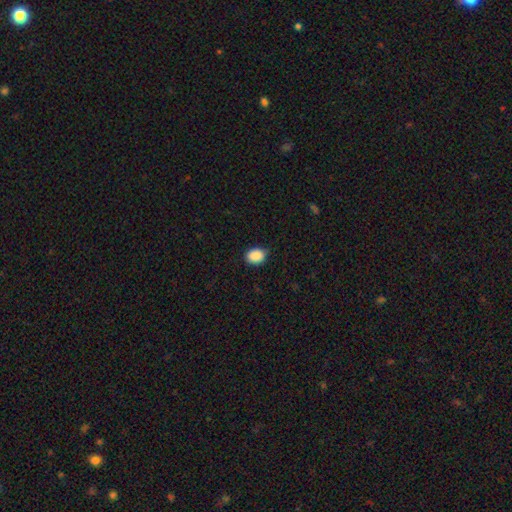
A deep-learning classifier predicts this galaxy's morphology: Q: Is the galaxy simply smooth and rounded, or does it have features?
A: smooth — 90%.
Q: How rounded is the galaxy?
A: in between — 70%.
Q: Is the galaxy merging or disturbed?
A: none — 83%.